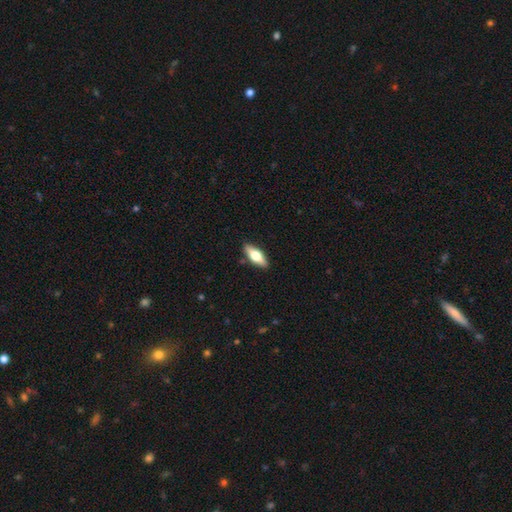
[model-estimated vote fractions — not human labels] This appears to be a smooth galaxy with no disk features (57%) that is in between round and cigar-shaped (63%). Merging: none (88%).